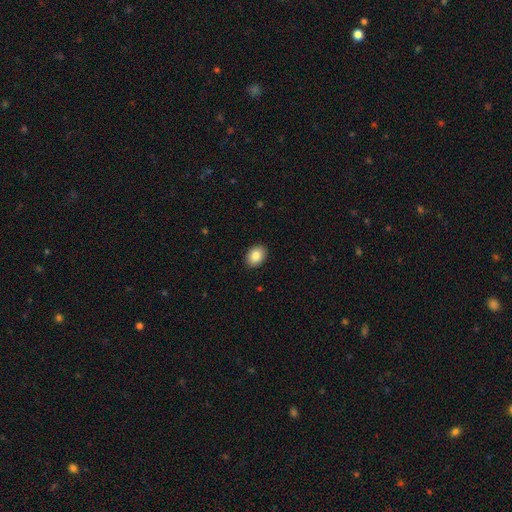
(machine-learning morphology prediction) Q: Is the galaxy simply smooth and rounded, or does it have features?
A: smooth — 86%.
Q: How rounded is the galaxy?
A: in between — 67%.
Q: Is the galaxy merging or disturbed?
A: none — 91%.